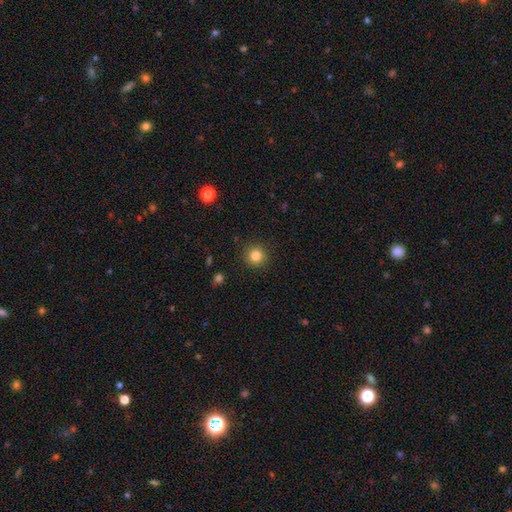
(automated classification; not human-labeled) Overall: smooth (84%). How rounded: round (93%). Merging: none (90%).